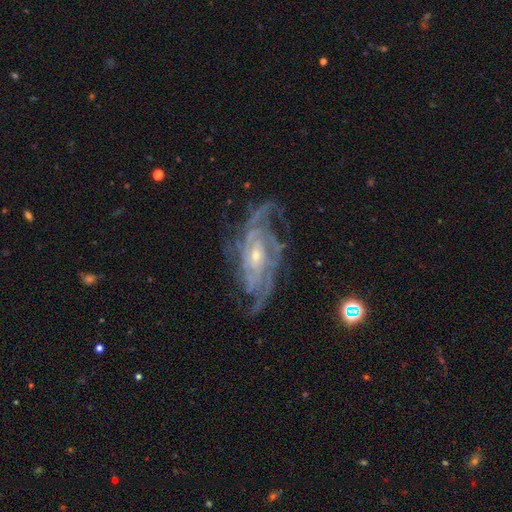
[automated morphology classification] type=featured or disk (90%); edge-on=no (95%); bar=no (55%); spiral arms=yes (97%); winding=tight (52%); arm count=3 (24%); bulge=small (69%); merging=none (70%).